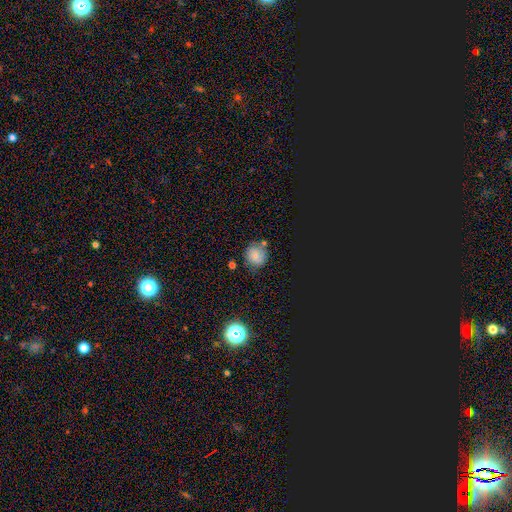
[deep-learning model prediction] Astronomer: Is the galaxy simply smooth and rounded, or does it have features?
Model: smooth — 64%.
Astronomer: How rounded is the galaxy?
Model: round — 81%.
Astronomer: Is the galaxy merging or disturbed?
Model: none — 68%.